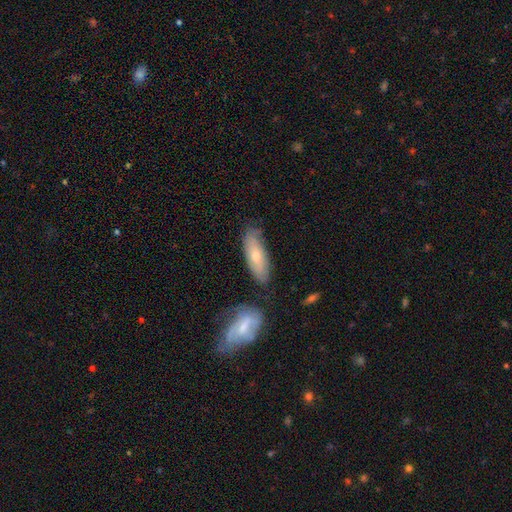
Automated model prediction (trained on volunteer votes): Overall: smooth (55%; featured or disk 37%). How rounded: in between (62%; cigar-shaped 36%). Merging: none (67%).